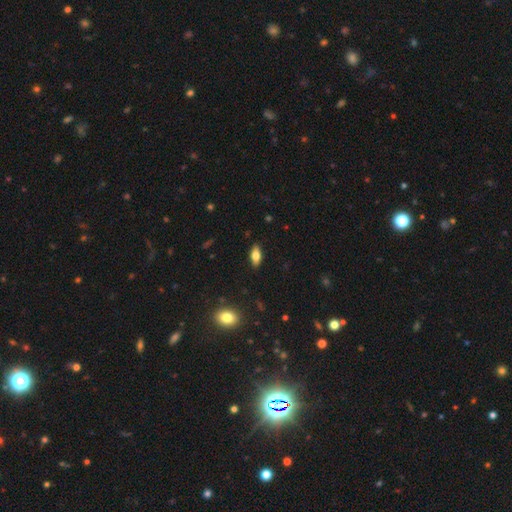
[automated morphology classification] Smooth or featured? smooth (67%)
How rounded? in between (80%)
Merging? none (87%)